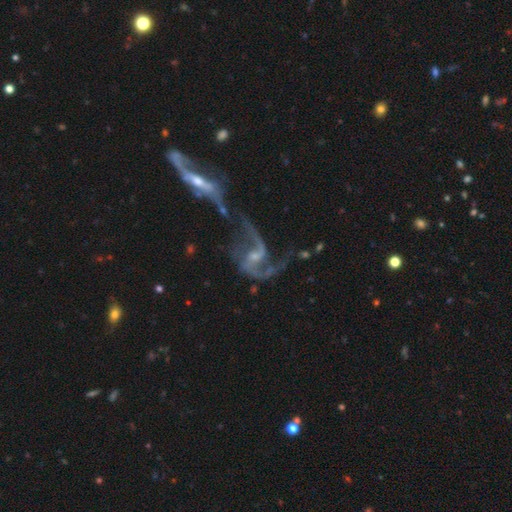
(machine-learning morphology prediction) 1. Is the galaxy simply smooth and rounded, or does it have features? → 88% featured or disk, 7% star or artifact, 5% smooth.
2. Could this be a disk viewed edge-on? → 96% no, 4% yes.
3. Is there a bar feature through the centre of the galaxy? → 42% weak, 40% no, 18% strong.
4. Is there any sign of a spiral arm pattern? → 94% yes, 6% no.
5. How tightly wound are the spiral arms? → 64% loose, 28% medium, 7% tight.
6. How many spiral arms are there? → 81% 2, 6% 1, 5% can't tell, 4% 3, 2% 4, 2% more than 4.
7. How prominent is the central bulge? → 56% small, 29% moderate, 11% none, 2% large, 1% dominant.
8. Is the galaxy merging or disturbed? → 45% merger, 23% none, 21% major disturbance, 12% minor disturbance.